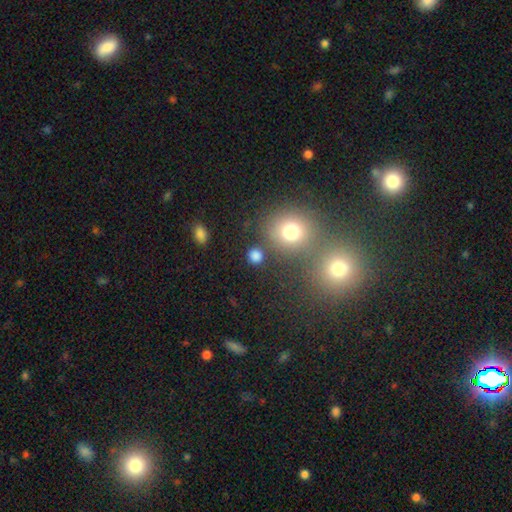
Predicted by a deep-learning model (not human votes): This appears to be a smooth galaxy with no disk features (78%) that is round (84%). Merging: none (79%).